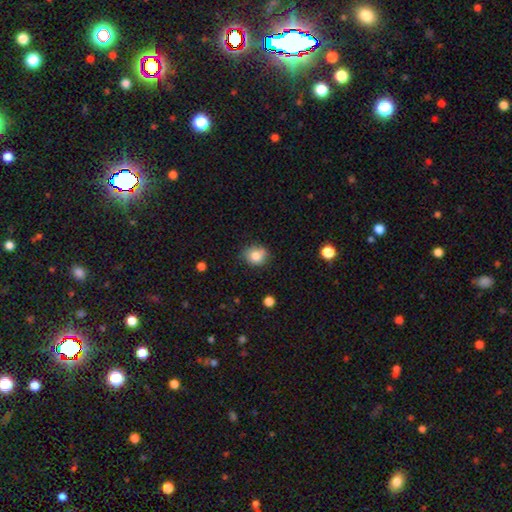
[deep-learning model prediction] This is clearly a smooth galaxy (81%). How rounded: likely round (74%). Merging: likely none (74%).